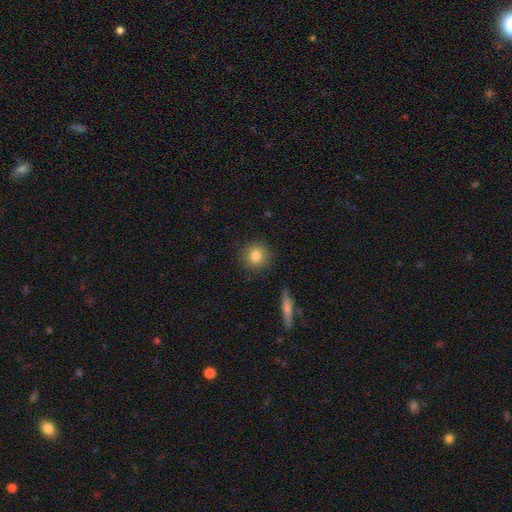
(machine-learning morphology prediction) Smooth or featured: smooth — 82% (star or artifact — 9%)
How rounded: round — 91% (in between — 8%)
Merging: none — 89% (minor disturbance — 8%)